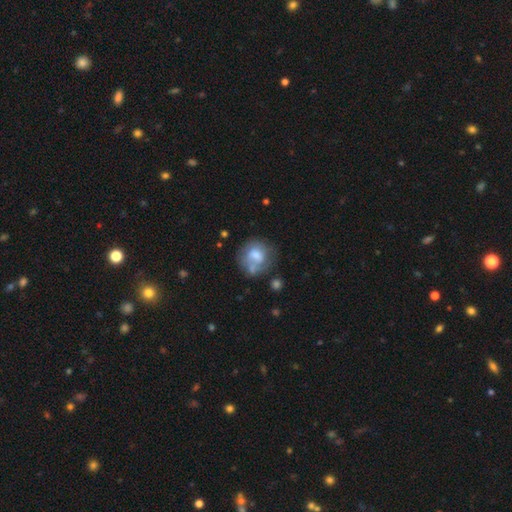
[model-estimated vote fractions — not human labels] Smooth or featured? Predicted: smooth (p=0.57). How rounded? Predicted: round (p=0.72). Merging? Predicted: none (p=0.44).